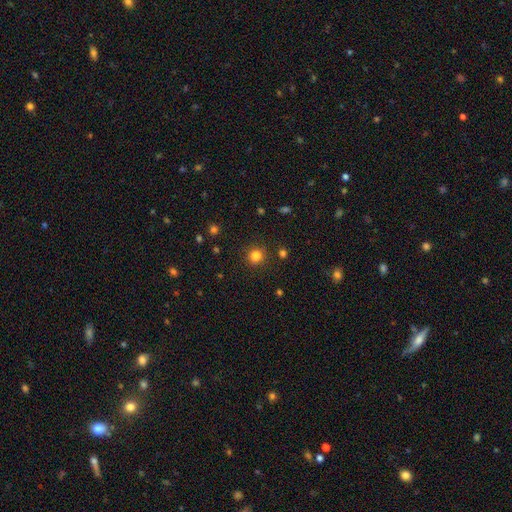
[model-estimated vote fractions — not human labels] Morphology: type=smooth (81%); roundness=round (92%); merging=none (89%).